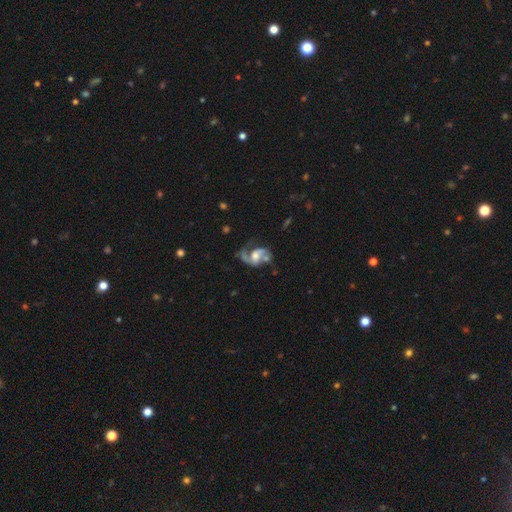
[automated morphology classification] smooth-or-featured: featured or disk: 83% | smooth: 11% | star or artifact: 7%
  disk-edge-on: no: 98% | yes: 2%
    bar: no: 48% | weak: 39% | strong: 13%
    has-spiral-arms: yes: 92% | no: 8%
      spiral-winding: loose: 45% | medium: 43% | tight: 11%
      spiral-arm-count: 2: 79% | 1: 13% | can't tell: 4% | 3: 2% | 4: 1% | more than 4: 1%
    bulge-size: moderate: 54% | small: 20% | large: 18% | none: 7% | dominant: 2%
  merging: none: 41% | major disturbance: 25% | minor disturbance: 18% | merger: 15%